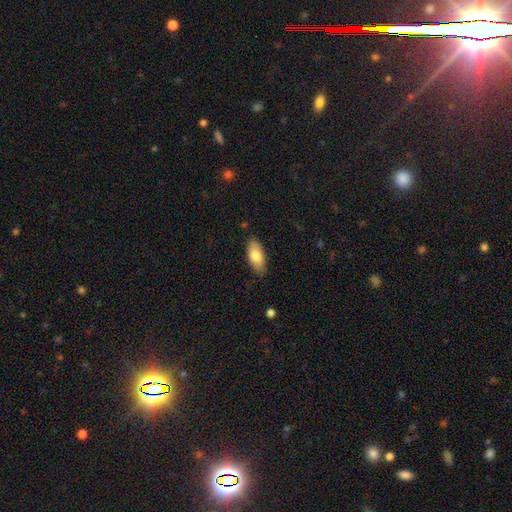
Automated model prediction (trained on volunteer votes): A smooth galaxy with no disk features (79%) that is in between round and cigar-shaped (87%). Merging: none (82%).